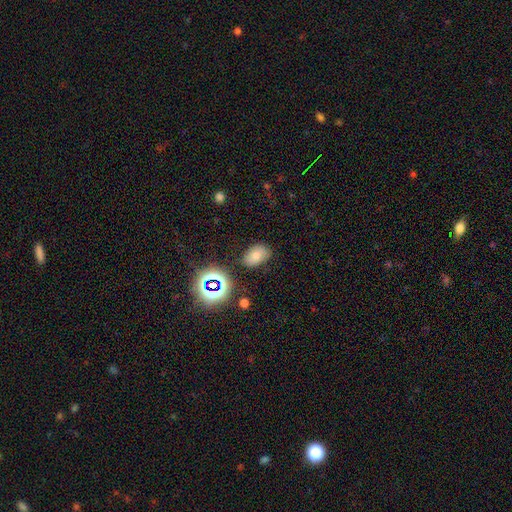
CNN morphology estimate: A smooth galaxy with no disk features (70%) that is in between round and cigar-shaped (86%). Merging: none (78%).